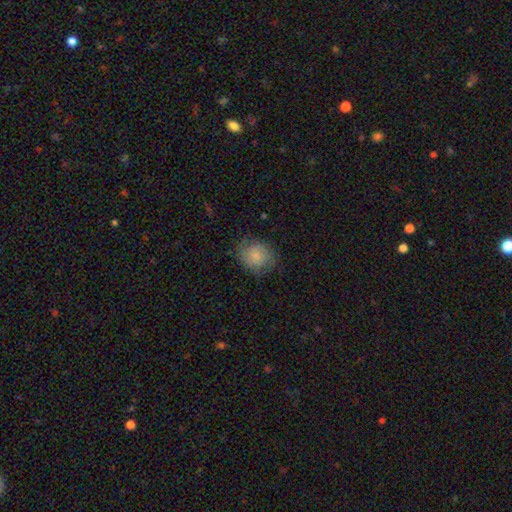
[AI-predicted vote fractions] Overall: smooth (68%). How rounded: round (68%; in between 31%). Merging: none (69%).